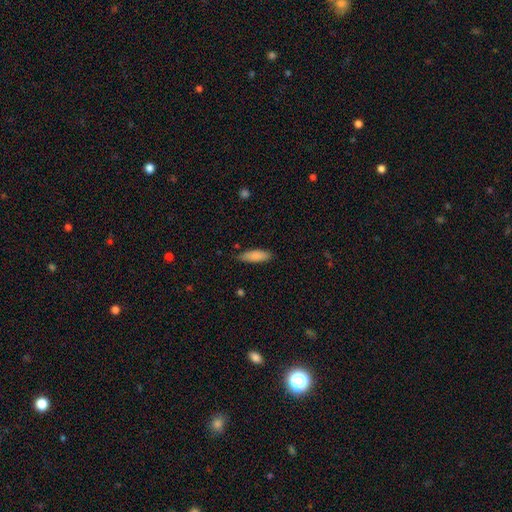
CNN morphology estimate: smooth 86%, featured or disk 8%, star or artifact 6%. Down the decision tree: how rounded — in between (59%); merging — none (79%).